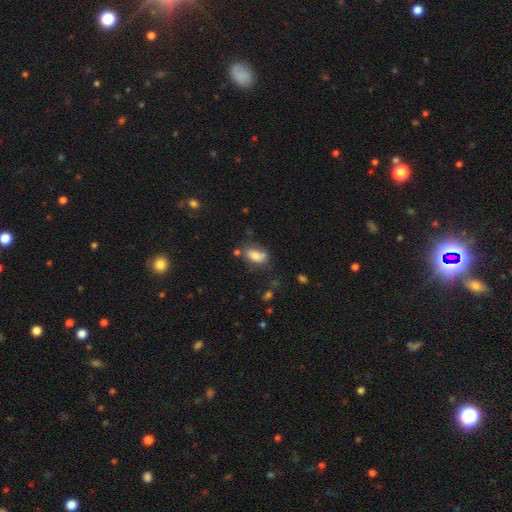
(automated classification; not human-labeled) This is likely a smooth galaxy (77%). How rounded: clearly in between (88%). Merging: possibly none (53%).